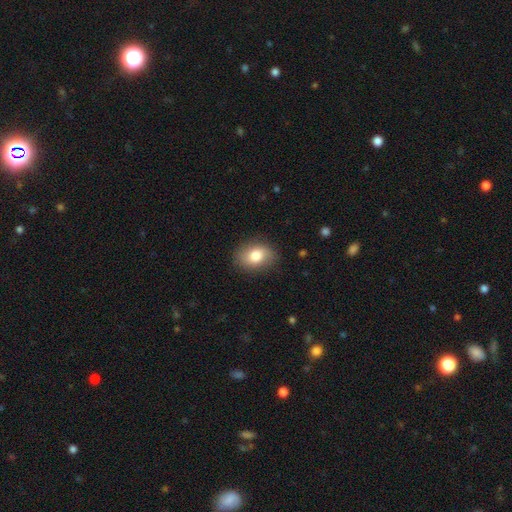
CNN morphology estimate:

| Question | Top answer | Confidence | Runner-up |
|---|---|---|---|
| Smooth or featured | smooth | 80% | featured or disk (12%) |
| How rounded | in between | 71% | round (28%) |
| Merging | none | 84% | minor disturbance (12%) |